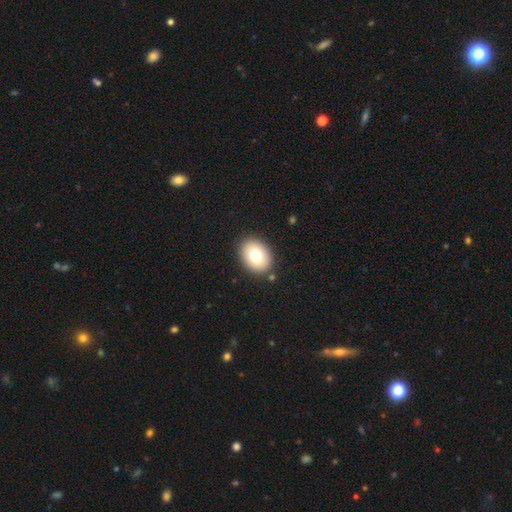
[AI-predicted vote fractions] Smooth or featured?
  - smooth: 77% *
  - featured or disk: 15%
  - star or artifact: 8%
How rounded?
  - in between: 69% *
  - round: 30%
  - cigar-shaped: 1%
Merging?
  - none: 87% *
  - minor disturbance: 8%
  - major disturbance: 2%
  - merger: 2%